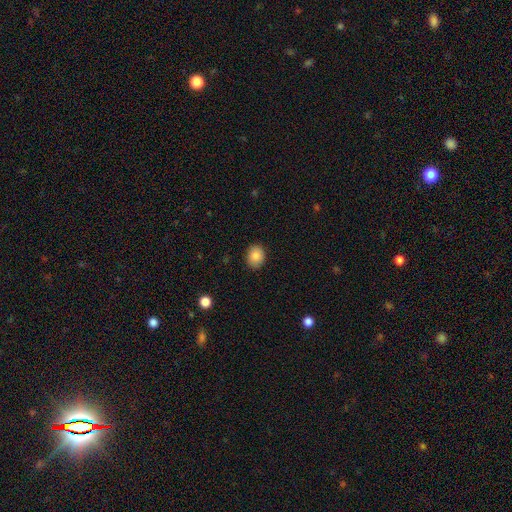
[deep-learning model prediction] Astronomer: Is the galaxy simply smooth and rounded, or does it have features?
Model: smooth — 86%.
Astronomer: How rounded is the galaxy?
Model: round — 51% (runner-up: in between, 48%).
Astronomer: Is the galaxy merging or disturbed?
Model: none — 88%.